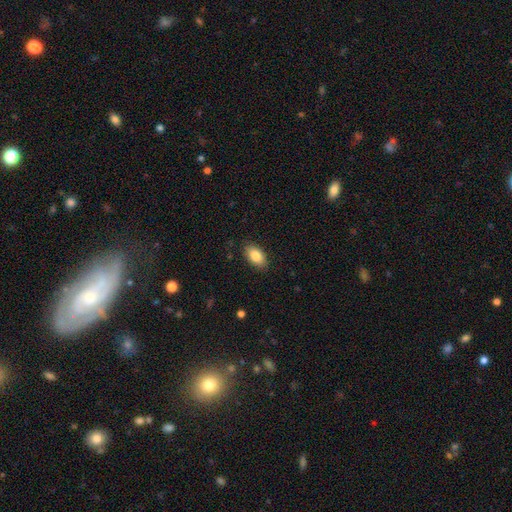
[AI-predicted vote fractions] The model was most divided on "merging": none: 86%, minor disturbance: 10%, major disturbance: 2%, merger: 1%. More confident: how rounded — in between (93%); smooth or featured — smooth (86%).